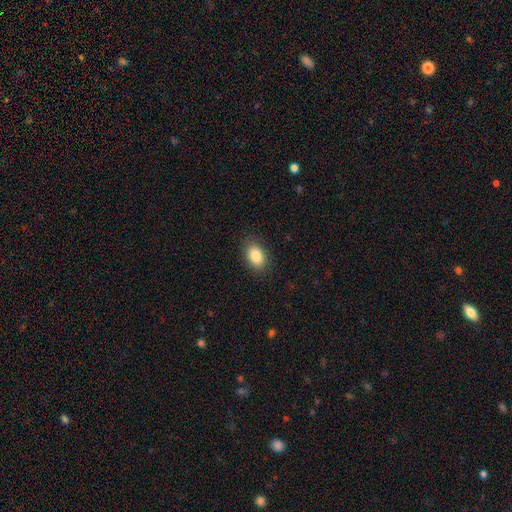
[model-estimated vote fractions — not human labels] Smooth or featured? Predicted: smooth (p=0.86). How rounded? Predicted: in between (p=0.85). Merging? Predicted: none (p=0.87).